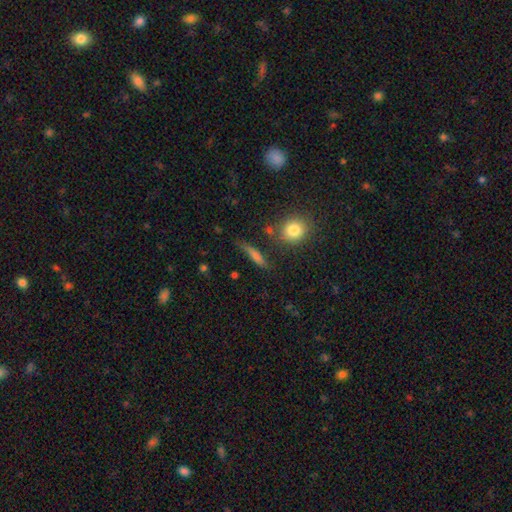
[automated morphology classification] smooth_or_featured: smooth (p=0.64) [alt: featured or disk p=0.25]
how_rounded: cigar-shaped (p=0.76) [alt: in between p=0.17]
merging: none (p=0.73) [alt: minor disturbance p=0.16]